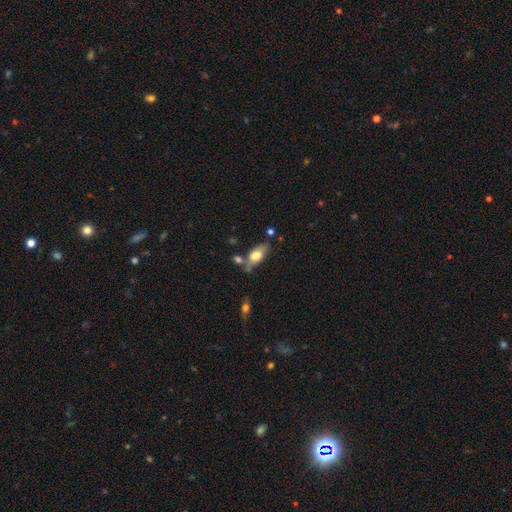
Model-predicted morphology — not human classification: type=smooth (68%); roundness=in between (85%); merging=none (55%).